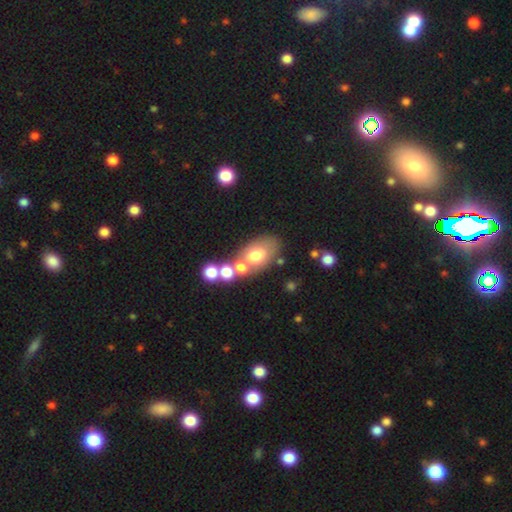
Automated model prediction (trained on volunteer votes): smooth 60%, featured or disk 28%, star or artifact 12%. Down the decision tree: how rounded — in between (82%); merging — none (49%).